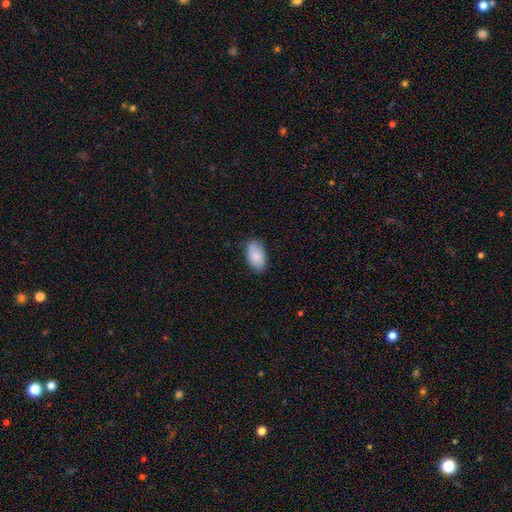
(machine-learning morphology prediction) smooth 86%, featured or disk 8%, star or artifact 6%. Down the decision tree: how rounded — in between (94%); merging — none (75%).